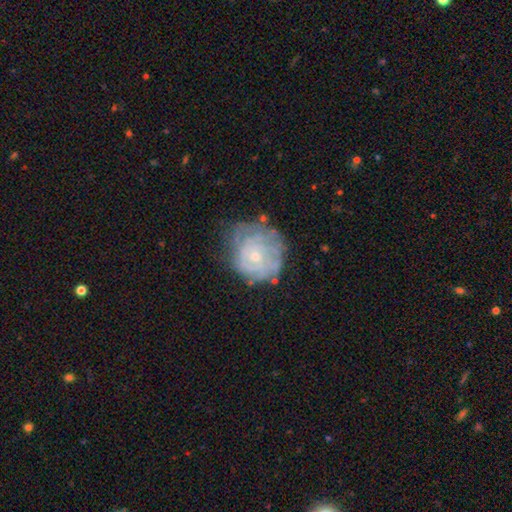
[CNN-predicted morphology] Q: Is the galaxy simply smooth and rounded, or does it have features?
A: featured or disk — 68%.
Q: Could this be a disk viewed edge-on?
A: no — 98%.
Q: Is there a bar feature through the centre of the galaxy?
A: no — 81%.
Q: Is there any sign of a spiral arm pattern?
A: yes — 73%.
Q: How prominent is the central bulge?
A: small — 68%.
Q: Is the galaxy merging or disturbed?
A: none — 58%.